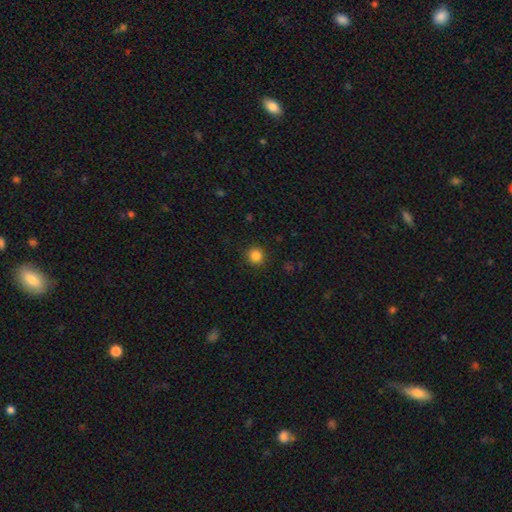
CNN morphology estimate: Smooth or featured? Predicted: smooth (p=0.85). How rounded? Predicted: round (p=0.92). Merging? Predicted: none (p=0.91).